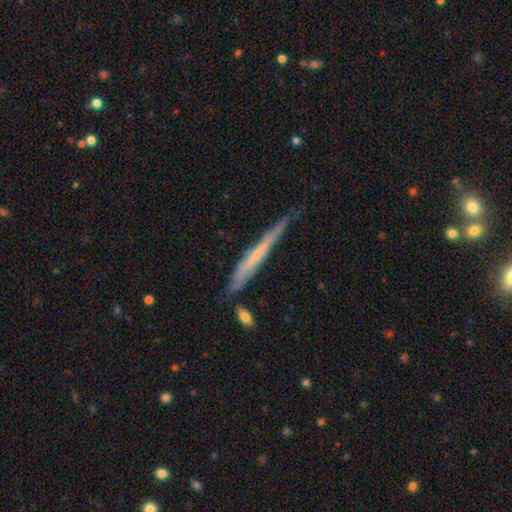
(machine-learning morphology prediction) Smooth or featured: featured or disk — 49% (smooth — 44%)
Merging: none — 56% (minor disturbance — 29%)